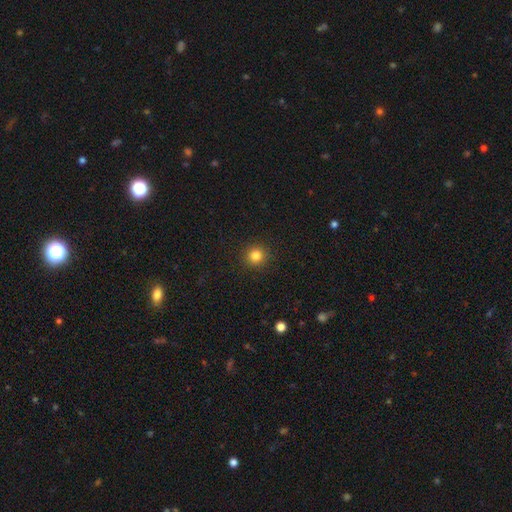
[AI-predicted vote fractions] smooth-or-featured: smooth: 83% | star or artifact: 12% | featured or disk: 5%
  how-rounded: round: 94% | in between: 5% | cigar-shaped: 1%
  merging: none: 92% | minor disturbance: 5% | major disturbance: 2% | merger: 1%